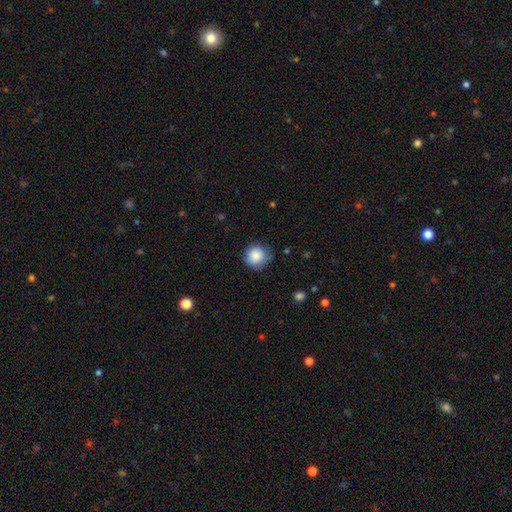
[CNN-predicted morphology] smooth-or-featured: smooth: 87% | star or artifact: 8% | featured or disk: 4%
  how-rounded: round: 93% | in between: 6% | cigar-shaped: 1%
  merging: none: 79% | minor disturbance: 17% | major disturbance: 3% | merger: 1%